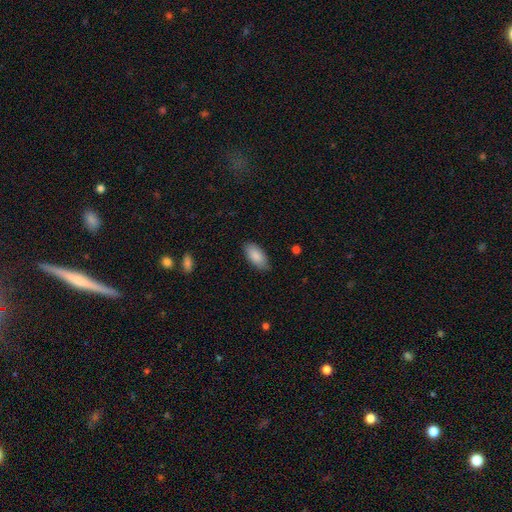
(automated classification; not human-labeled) The model was most divided on "merging": none: 84%, minor disturbance: 12%, major disturbance: 2%, merger: 1%. More confident: how rounded — in between (93%); smooth or featured — smooth (88%).